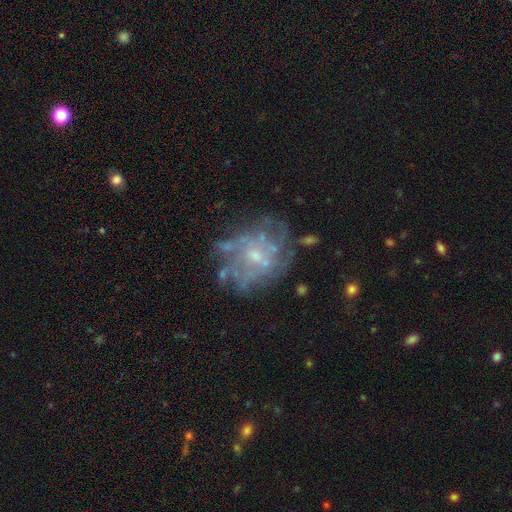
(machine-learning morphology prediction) Smooth or featured? featured or disk (73%)
Edge-on disk? no (98%)
Bar? no (76%)
Spiral arms? no (54%)
Bulge size? small (50%)
Merging? none (54%)